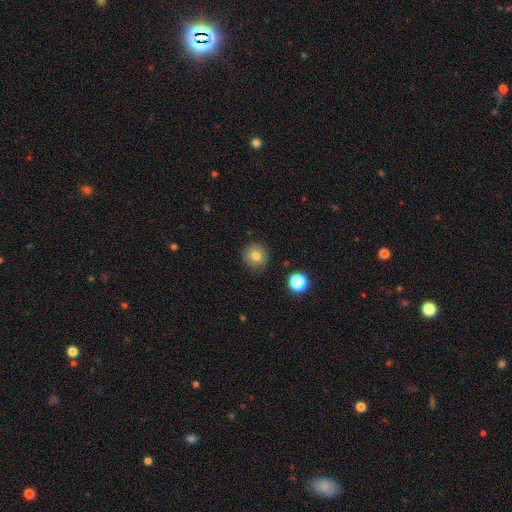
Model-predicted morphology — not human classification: smooth 78%, star or artifact 12%, featured or disk 10%. Down the decision tree: how rounded — round (93%); merging — none (89%).